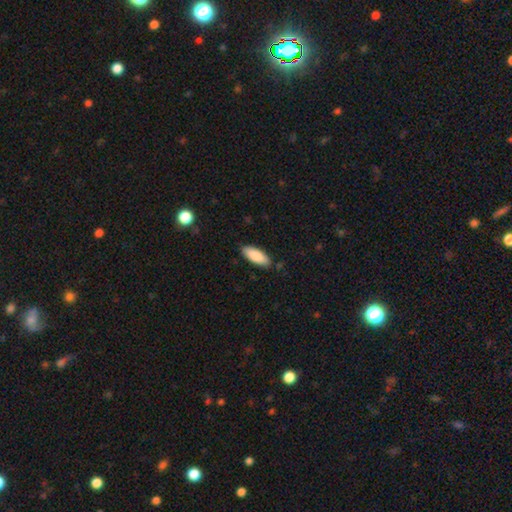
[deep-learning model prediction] Smooth or featured? smooth (87%)
How rounded? in between (76%)
Merging? none (86%)